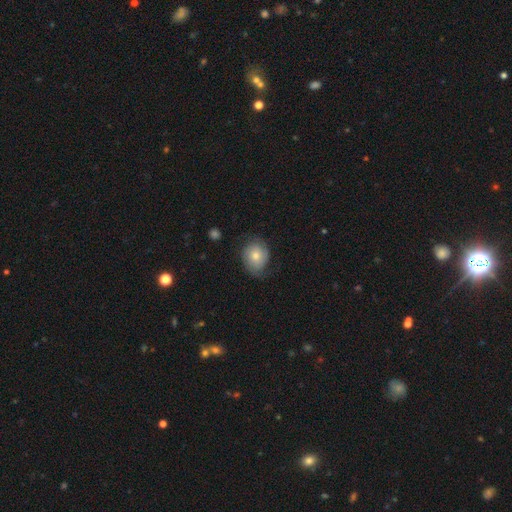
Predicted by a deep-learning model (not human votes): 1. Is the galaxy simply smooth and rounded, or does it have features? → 50% smooth, 41% featured or disk, 9% star or artifact.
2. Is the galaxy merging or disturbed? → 65% none, 25% minor disturbance, 9% major disturbance, 1% merger.